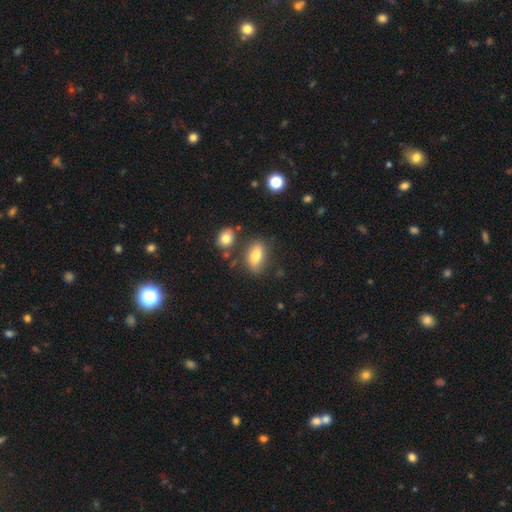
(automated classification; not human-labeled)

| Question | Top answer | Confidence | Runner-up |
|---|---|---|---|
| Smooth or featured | smooth | 77% | featured or disk (15%) |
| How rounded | in between | 85% | round (8%) |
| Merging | none | 73% | minor disturbance (16%) |